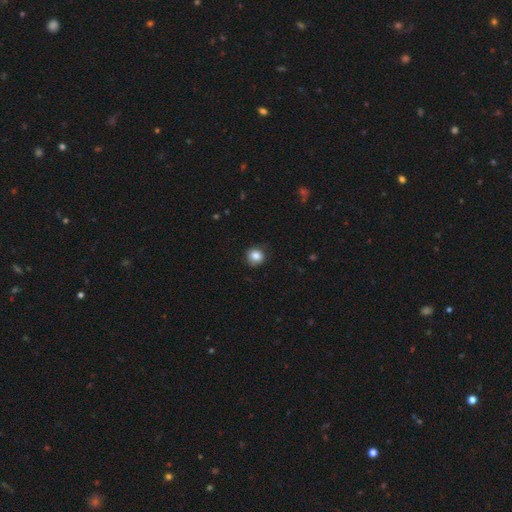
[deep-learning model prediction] Overall: smooth (84%). How rounded: round (90%). Merging: none (86%).